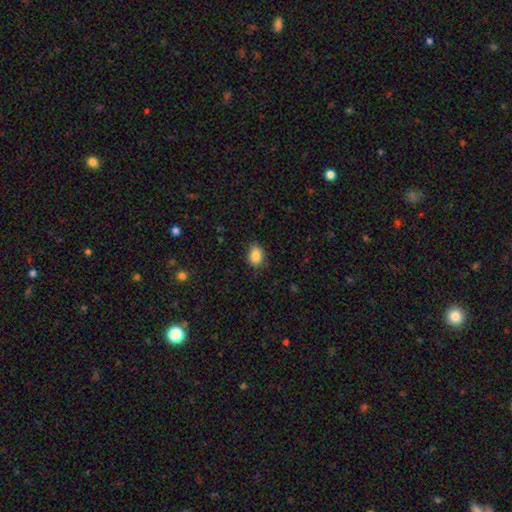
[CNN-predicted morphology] A smooth galaxy with no disk features (86%) that is in between round and cigar-shaped (74%).

Vote fractions:
- Smooth or featured? smooth: 86% / star or artifact: 9% / featured or disk: 5%
- How rounded? in between: 74% / round: 25% / cigar-shaped: 1%
- Merging? none: 80% / minor disturbance: 16% / major disturbance: 3% / merger: 1%